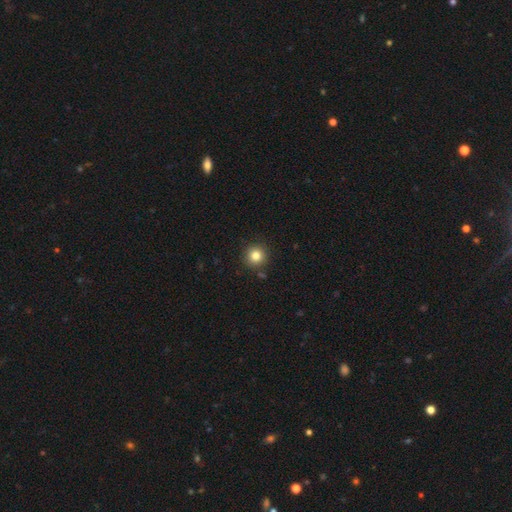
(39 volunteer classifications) Overall: smooth (85%). How rounded: round (100%). Merging: none (92%).